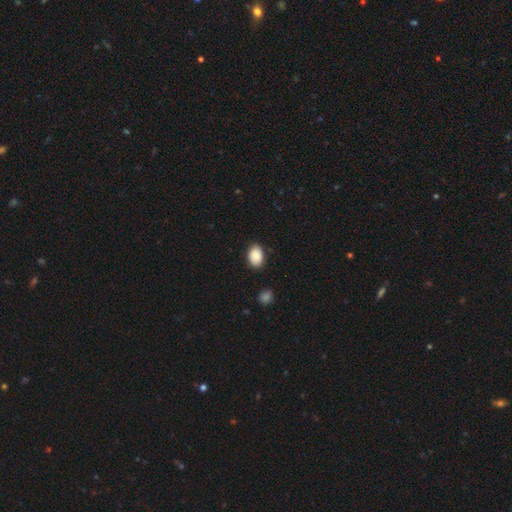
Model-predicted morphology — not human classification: Smooth or featured? Predicted: smooth (p=0.88). How rounded? Predicted: in between (p=0.84). Merging? Predicted: none (p=0.83).